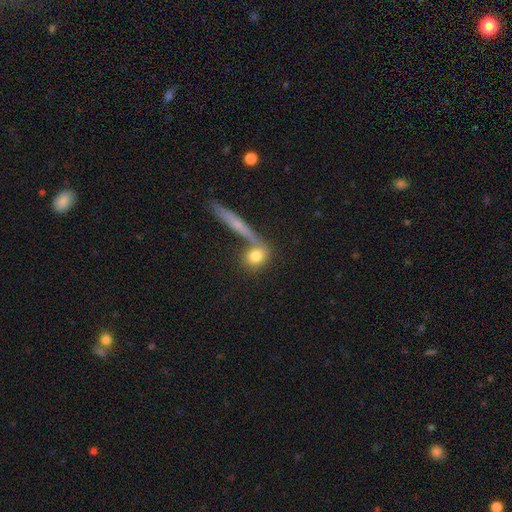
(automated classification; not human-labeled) This is likely a smooth galaxy (75%). How rounded: likely round (67%). Merging: possibly none (58%).